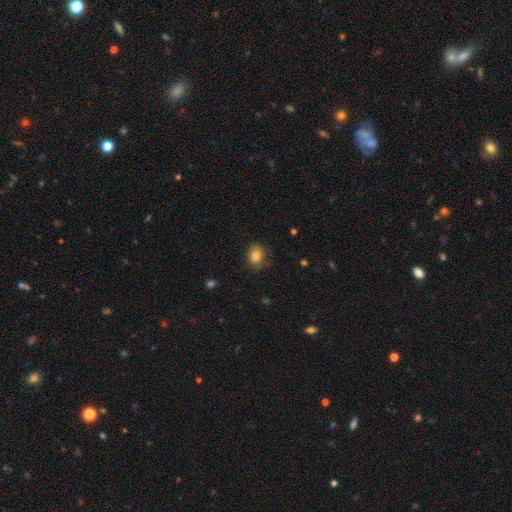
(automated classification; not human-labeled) A smooth galaxy with no disk features (82%) that is in between round and cigar-shaped (55%).

Vote fractions:
- Smooth or featured? smooth: 82% / star or artifact: 10% / featured or disk: 9%
- How rounded? in between: 55% / round: 44% / cigar-shaped: 1%
- Merging? none: 77% / minor disturbance: 18% / major disturbance: 4% / merger: 1%